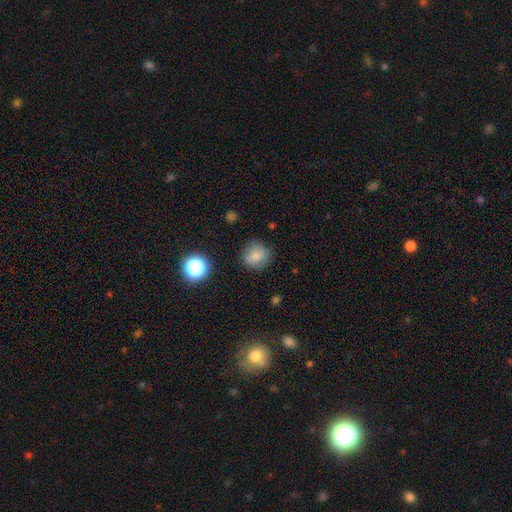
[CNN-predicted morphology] Smooth or featured? smooth (78%)
How rounded? round (84%)
Merging? none (76%)